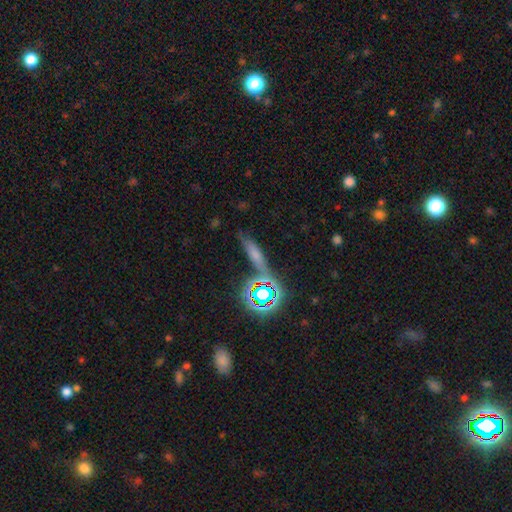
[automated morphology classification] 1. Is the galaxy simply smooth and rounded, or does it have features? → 53% smooth, 28% star or artifact, 18% featured or disk.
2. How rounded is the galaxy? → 72% cigar-shaped, 21% in between, 8% round.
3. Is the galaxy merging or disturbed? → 69% none, 16% minor disturbance, 9% merger, 6% major disturbance.